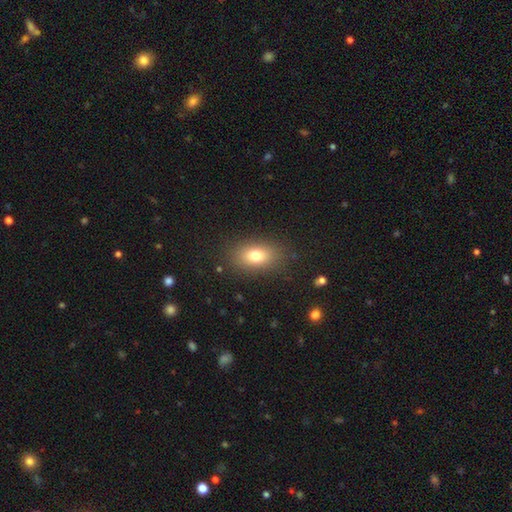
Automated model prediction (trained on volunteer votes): smooth 78%, featured or disk 11%, star or artifact 11%. Down the decision tree: how rounded — in between (85%); merging — none (85%).